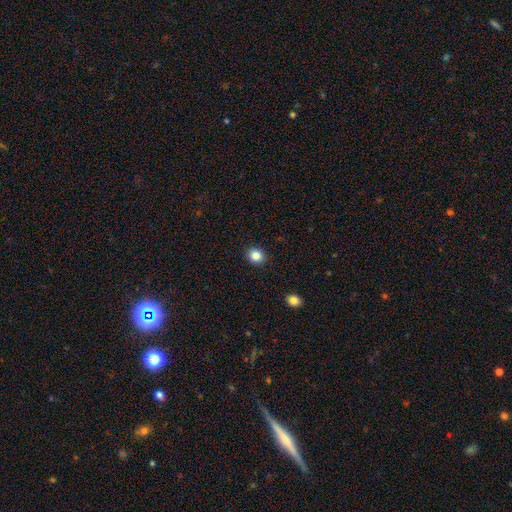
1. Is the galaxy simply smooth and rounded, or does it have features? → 89% smooth, 8% star or artifact, 3% featured or disk.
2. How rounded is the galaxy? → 64% round, 36% in between, 0% cigar-shaped.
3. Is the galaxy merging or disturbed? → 85% none, 9% minor disturbance, 6% major disturbance, 0% merger.